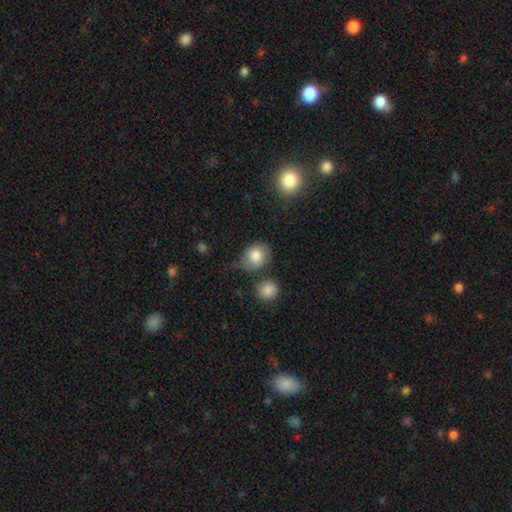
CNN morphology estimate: A smooth galaxy with no disk features (82%) that is round (68%). Merging: none (57%).